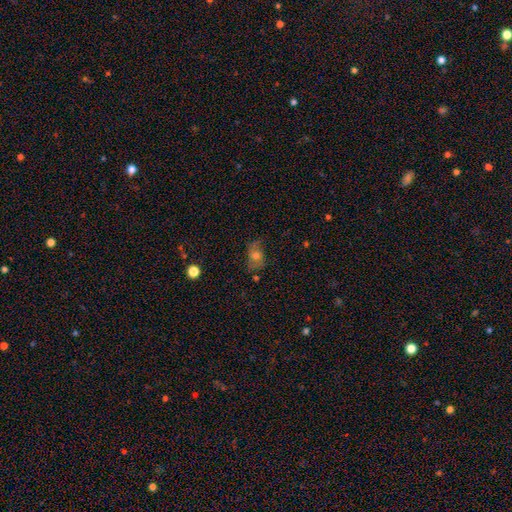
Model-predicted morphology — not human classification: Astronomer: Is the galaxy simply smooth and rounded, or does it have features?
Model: smooth — 45% (runner-up: featured or disk, 39%).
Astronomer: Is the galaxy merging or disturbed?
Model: none — 63%.